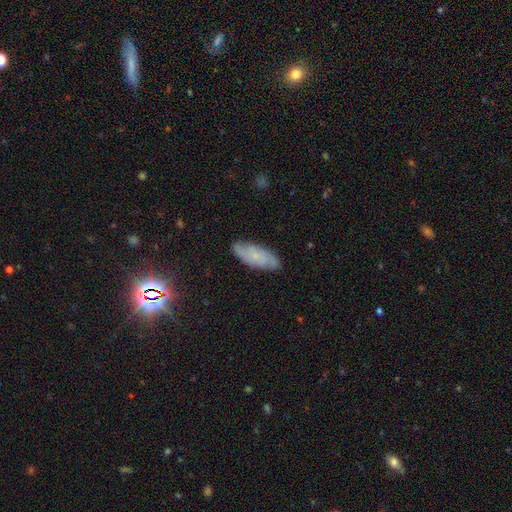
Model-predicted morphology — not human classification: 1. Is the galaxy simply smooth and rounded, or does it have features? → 47% featured or disk, 44% smooth, 9% star or artifact.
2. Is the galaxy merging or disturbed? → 78% none, 17% minor disturbance, 3% major disturbance, 1% merger.